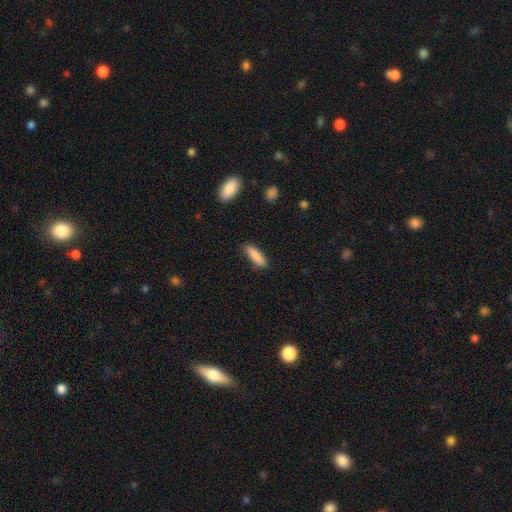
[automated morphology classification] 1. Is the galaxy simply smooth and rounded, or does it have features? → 86% smooth, 8% featured or disk, 6% star or artifact.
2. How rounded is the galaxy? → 53% cigar-shaped, 46% in between, 2% round.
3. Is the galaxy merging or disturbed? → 85% none, 12% minor disturbance, 2% major disturbance, 1% merger.